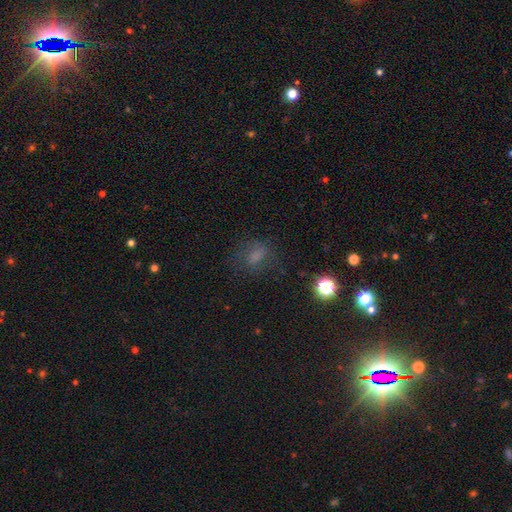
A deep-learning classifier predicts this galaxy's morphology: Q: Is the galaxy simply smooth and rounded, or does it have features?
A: smooth — 60%.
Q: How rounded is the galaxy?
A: in between — 60%.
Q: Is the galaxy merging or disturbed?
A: none — 65%.